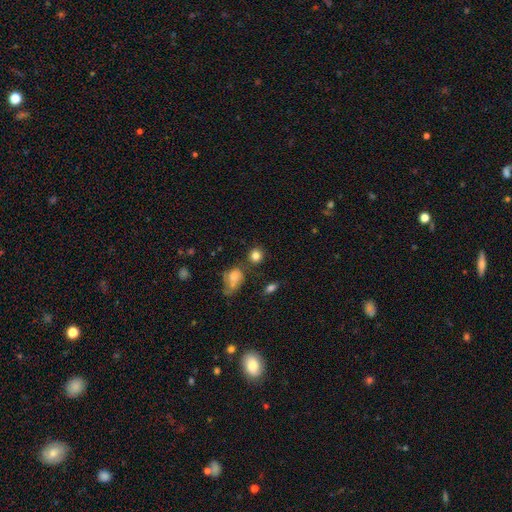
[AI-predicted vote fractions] Smooth or featured: smooth — 82% (star or artifact — 10%)
How rounded: round — 82% (in between — 16%)
Merging: none — 72% (minor disturbance — 12%)